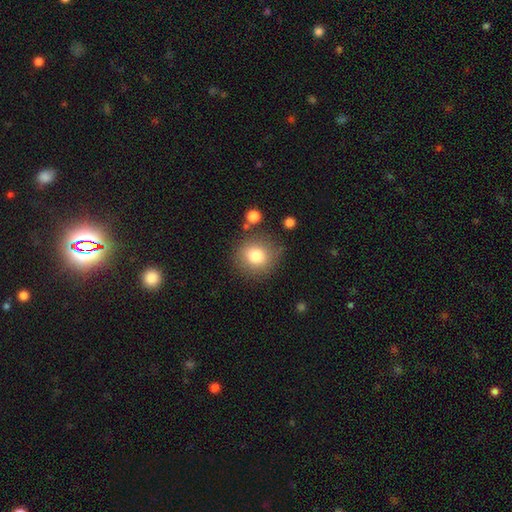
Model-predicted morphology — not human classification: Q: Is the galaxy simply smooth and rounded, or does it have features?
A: smooth — 80%.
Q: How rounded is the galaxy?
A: round — 86%.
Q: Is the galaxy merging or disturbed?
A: none — 80%.